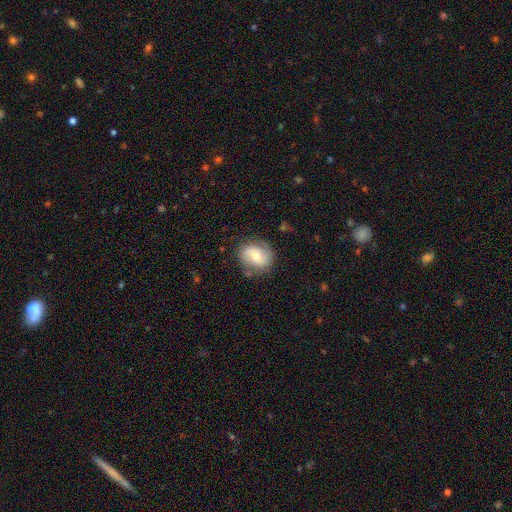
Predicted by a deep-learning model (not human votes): The model was most divided on "bar": no: 47%, weak: 40%, strong: 13%. More confident: edge-on disk — no (97%); spiral arms — yes (87%); merging — none (74%); smooth or featured — featured or disk (57%); bulge size — moderate (52%).